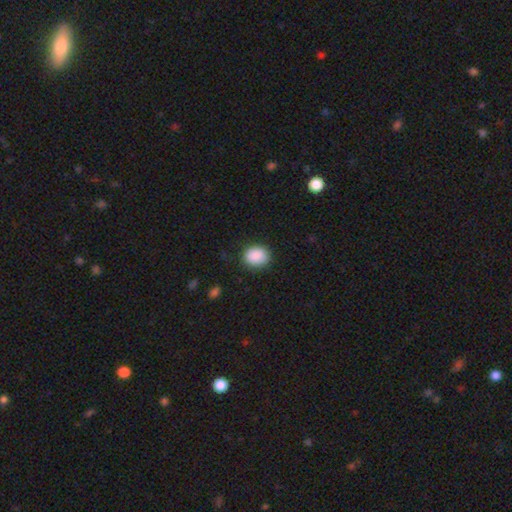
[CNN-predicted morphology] A smooth galaxy with no disk features (89%) that is round (54%).

Vote fractions:
- Smooth or featured? smooth: 89% / star or artifact: 8% / featured or disk: 3%
- How rounded? round: 54% / in between: 45% / cigar-shaped: 1%
- Merging? none: 86% / minor disturbance: 11% / major disturbance: 3% / merger: 1%